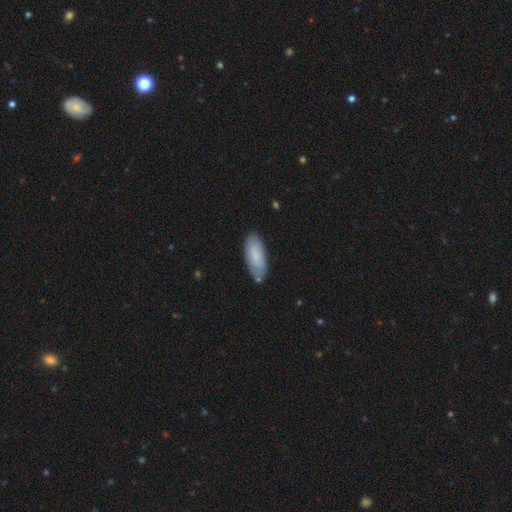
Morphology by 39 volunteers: Volunteers were most divided on "how rounded": in between: 69%, cigar-shaped: 31%, round: 0%. More confident: smooth or featured — smooth (92%); merging — none (72%).